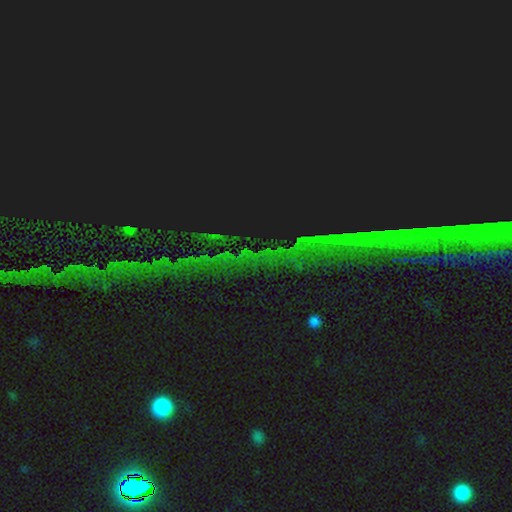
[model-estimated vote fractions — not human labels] A star or artifact, not a galaxy (87%).

Vote fractions:
- Smooth or featured? star or artifact: 87% / featured or disk: 7% / smooth: 6%